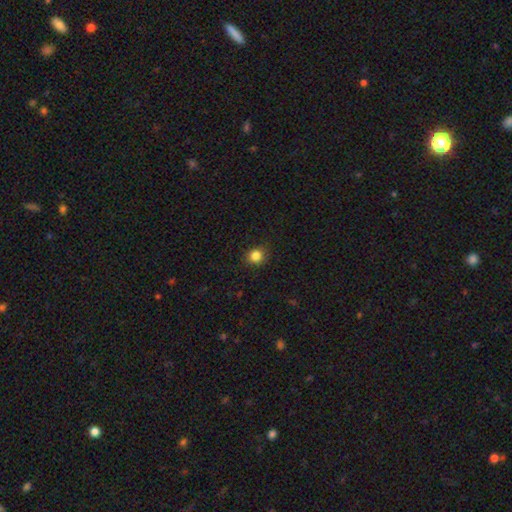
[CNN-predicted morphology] Smooth or featured: smooth — 84% (star or artifact — 12%)
How rounded: round — 84% (in between — 15%)
Merging: none — 87% (minor disturbance — 10%)